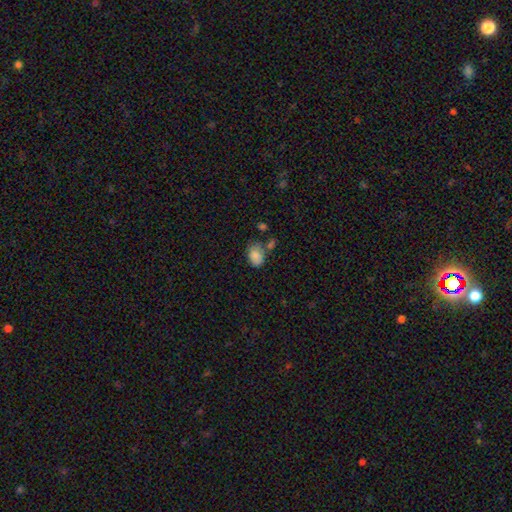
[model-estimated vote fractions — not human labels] Smooth or featured? Predicted: smooth (p=0.84). How rounded? Predicted: in between (p=0.84). Merging? Predicted: none (p=0.52).